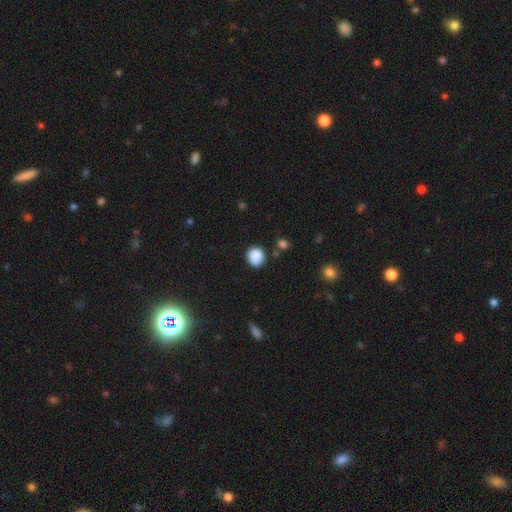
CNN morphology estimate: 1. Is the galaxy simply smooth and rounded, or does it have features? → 87% smooth, 9% star or artifact, 5% featured or disk.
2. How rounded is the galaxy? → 81% round, 18% in between, 1% cigar-shaped.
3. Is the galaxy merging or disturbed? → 76% none, 16% minor disturbance, 5% merger, 4% major disturbance.